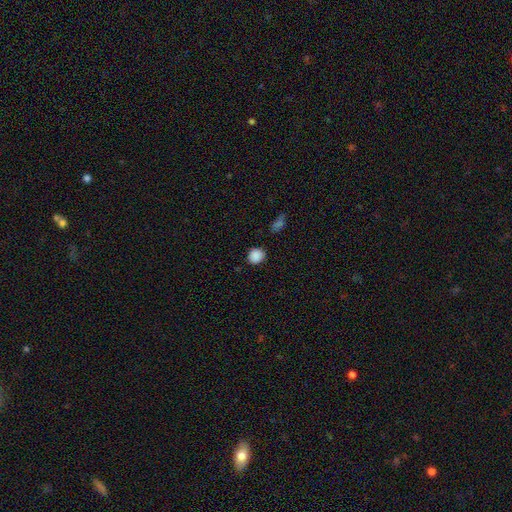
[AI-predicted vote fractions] Overall: smooth (87%). How rounded: round (76%). Merging: none (84%).